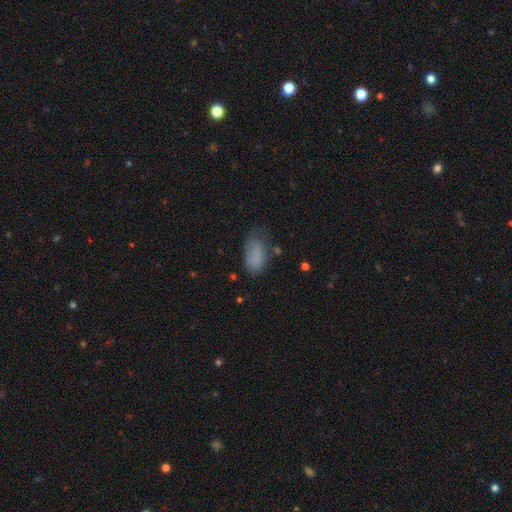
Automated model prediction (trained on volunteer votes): This appears to be a smooth galaxy with no disk features (79%) that is in between round and cigar-shaped (92%). Merging: none (48%).